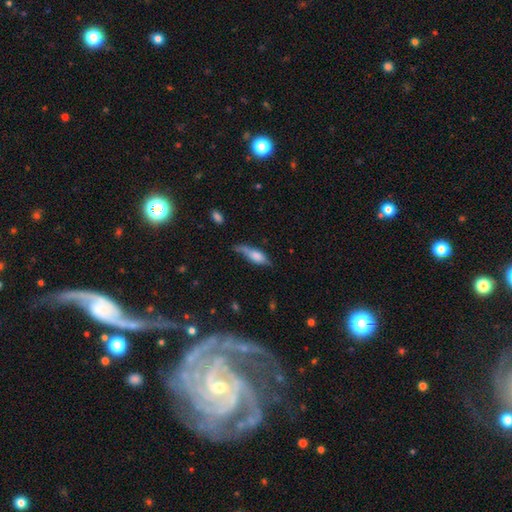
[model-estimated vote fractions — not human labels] smooth-or-featured: smooth: 60% | featured or disk: 32% | star or artifact: 8%
  how-rounded: in between: 55% | cigar-shaped: 41% | round: 3%
  merging: none: 42% | minor disturbance: 35% | major disturbance: 17% | merger: 7%